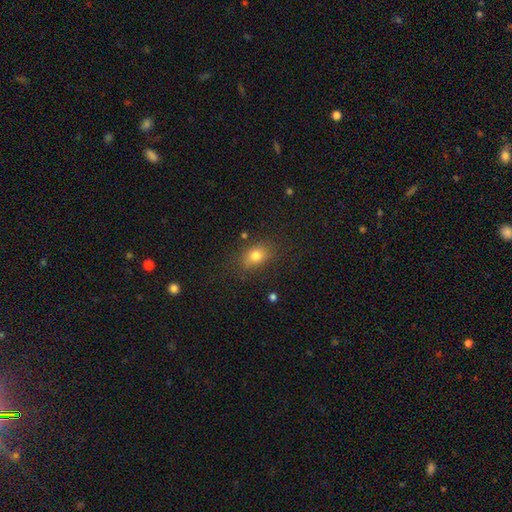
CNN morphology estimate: Q: Smooth or featured?
A: smooth (79%); runner-up: star or artifact (12%)
Q: How rounded?
A: in between (66%); runner-up: round (32%)
Q: Merging?
A: none (77%); runner-up: minor disturbance (16%)